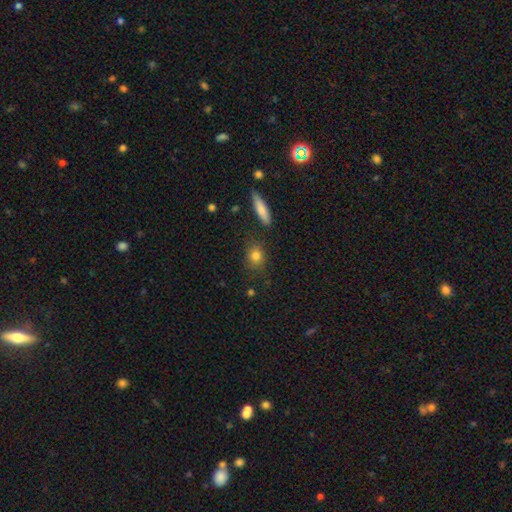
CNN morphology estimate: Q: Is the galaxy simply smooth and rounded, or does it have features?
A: smooth — 82%.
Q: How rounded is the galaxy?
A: round — 61%.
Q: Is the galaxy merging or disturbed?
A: none — 79%.